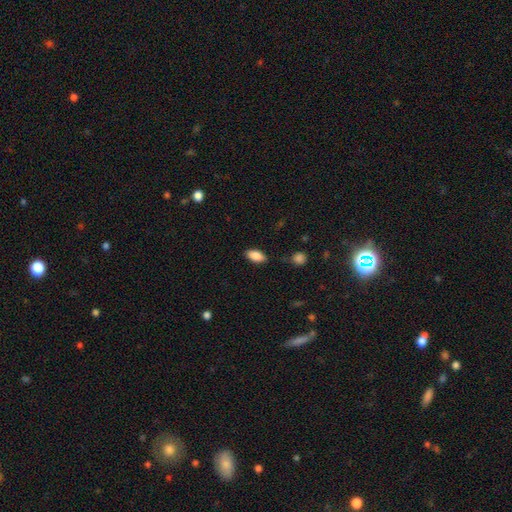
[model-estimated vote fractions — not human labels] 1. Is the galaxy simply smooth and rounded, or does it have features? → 86% smooth, 7% star or artifact, 7% featured or disk.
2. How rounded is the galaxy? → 90% in between, 7% cigar-shaped, 3% round.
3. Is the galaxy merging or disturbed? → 81% none, 14% minor disturbance, 3% major disturbance, 2% merger.